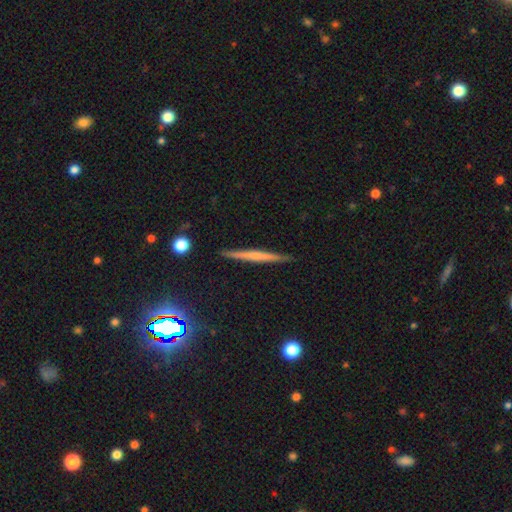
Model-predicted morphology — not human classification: smooth_or_featured: featured or disk (p=0.48) [alt: smooth p=0.43]
merging: none (p=0.90) [alt: minor disturbance p=0.07]